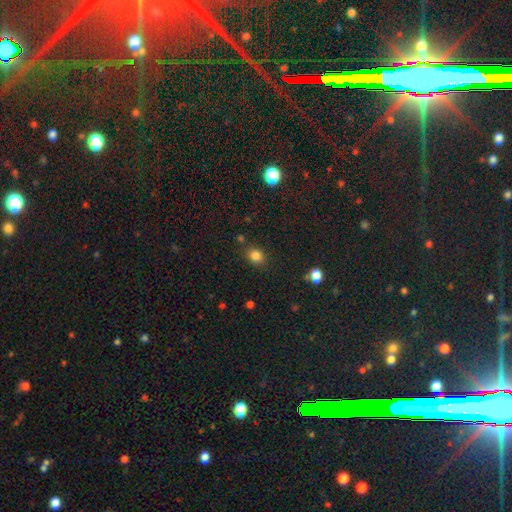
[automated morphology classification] Smooth or featured?
  - smooth: 82% *
  - star or artifact: 13%
  - featured or disk: 5%
How rounded?
  - round: 64% *
  - in between: 35%
  - cigar-shaped: 1%
Merging?
  - none: 82% *
  - minor disturbance: 11%
  - merger: 4%
  - major disturbance: 3%